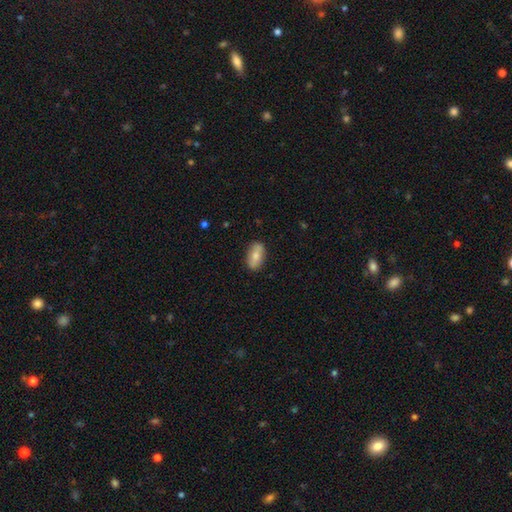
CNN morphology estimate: Smooth or featured? smooth (72%)
How rounded? in between (88%)
Merging? none (85%)